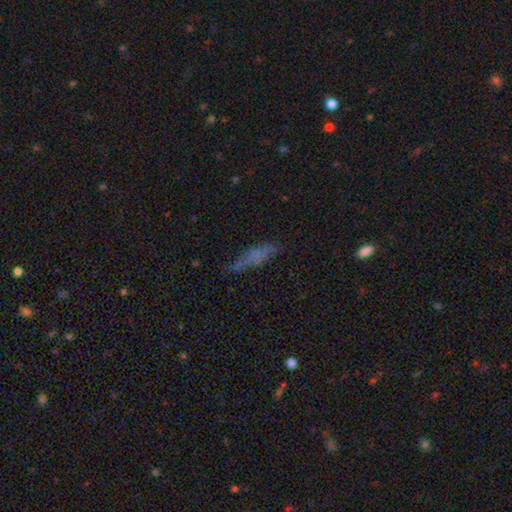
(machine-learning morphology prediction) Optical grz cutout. It shows a smooth galaxy with no disk features (52%) that is cigar-shaped (72%). Merging: none (63%).